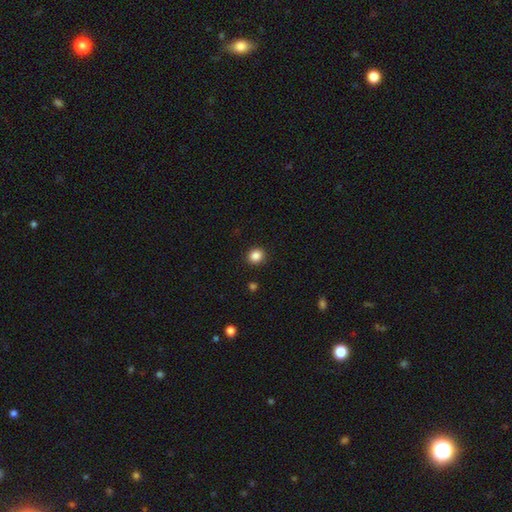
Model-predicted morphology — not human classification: Smooth or featured: smooth — 86% (star or artifact — 10%)
How rounded: round — 79% (in between — 20%)
Merging: none — 90% (minor disturbance — 7%)